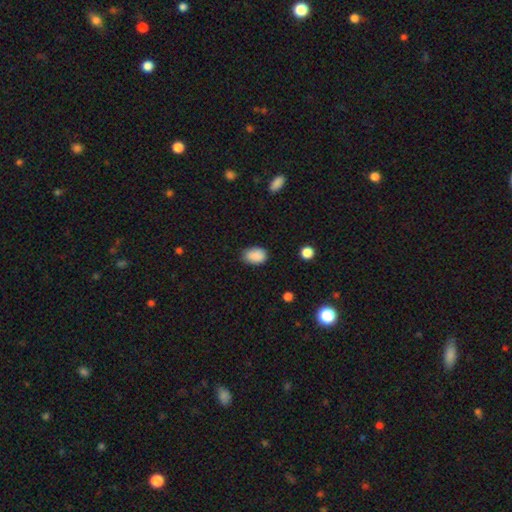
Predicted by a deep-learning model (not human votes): The model was most divided on "merging": none: 79%, minor disturbance: 17%, major disturbance: 3%, merger: 1%. More confident: smooth or featured — smooth (89%); how rounded — in between (84%).